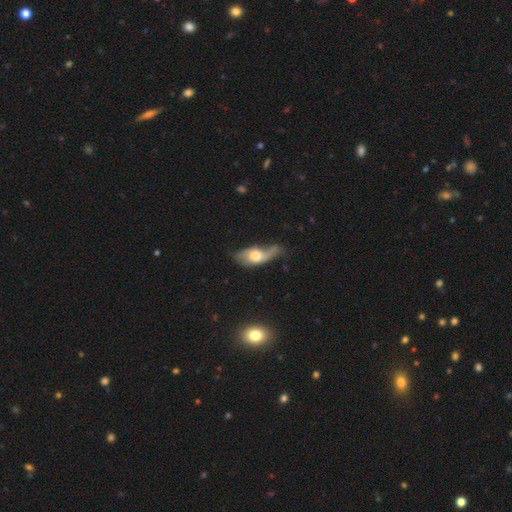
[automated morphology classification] A smooth galaxy with no disk features (47%). Merging: minor disturbance (34%).